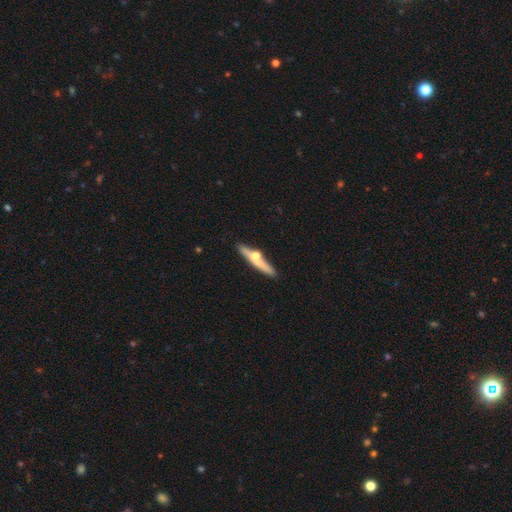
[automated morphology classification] smooth-or-featured: featured or disk: 54% | smooth: 41% | star or artifact: 6%
  disk-edge-on: yes: 92% | no: 8%
  merging: none: 73% | minor disturbance: 12% | merger: 11% | major disturbance: 3%